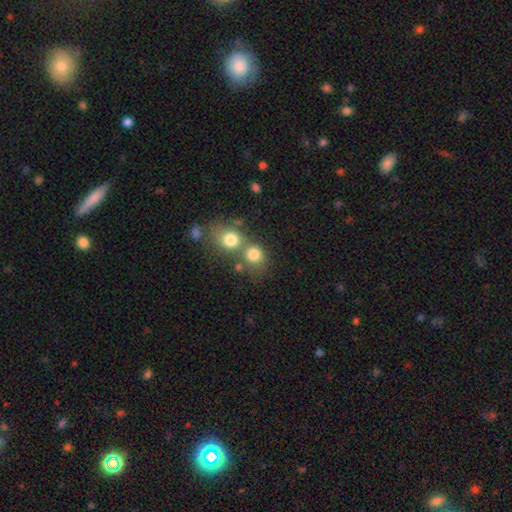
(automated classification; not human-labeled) A smooth galaxy with no disk features (73%) that is round (79%). Merging: merger (47%).